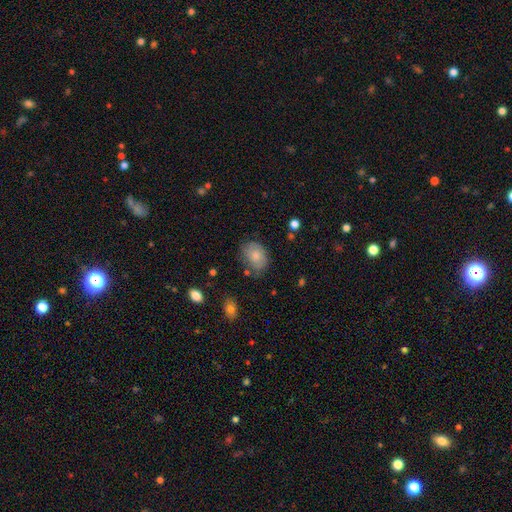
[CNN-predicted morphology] Smooth or featured?
  - smooth: 62% *
  - featured or disk: 30%
  - star or artifact: 8%
How rounded?
  - in between: 70% *
  - round: 29%
  - cigar-shaped: 1%
Merging?
  - none: 66% *
  - minor disturbance: 24%
  - major disturbance: 7%
  - merger: 3%